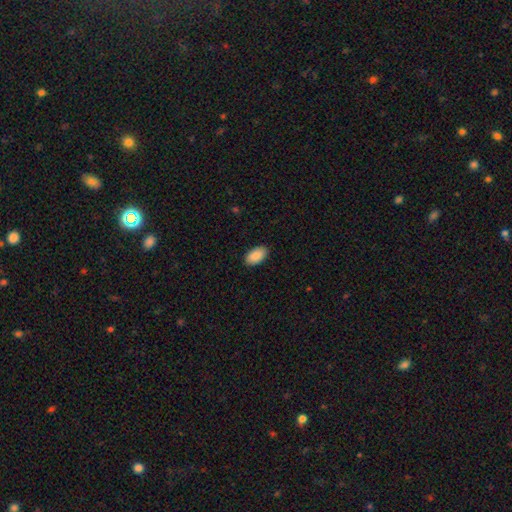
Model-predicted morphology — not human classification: Smooth or featured: smooth — 91% (star or artifact — 6%)
How rounded: in between — 95% (round — 3%)
Merging: none — 90% (minor disturbance — 7%)